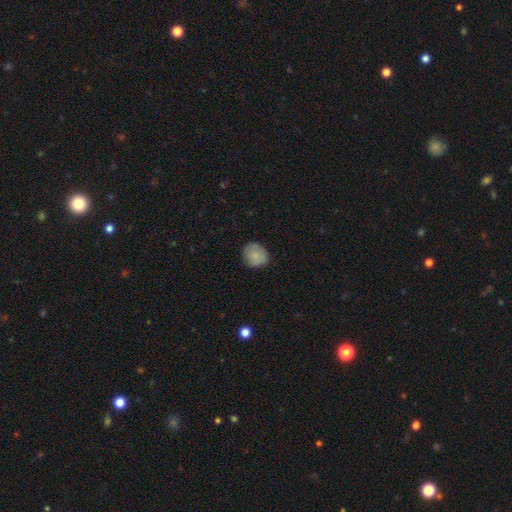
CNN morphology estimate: The model was most divided on "how rounded": round: 78%, in between: 21%, cigar-shaped: 1%. More confident: merging — none (80%); smooth or featured — smooth (79%).